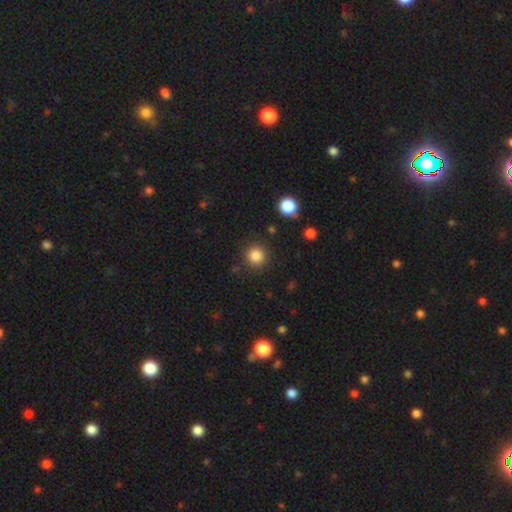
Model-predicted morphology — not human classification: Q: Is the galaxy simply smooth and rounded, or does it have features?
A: smooth — 84%.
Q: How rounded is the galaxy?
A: round — 94%.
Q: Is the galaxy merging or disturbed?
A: none — 88%.